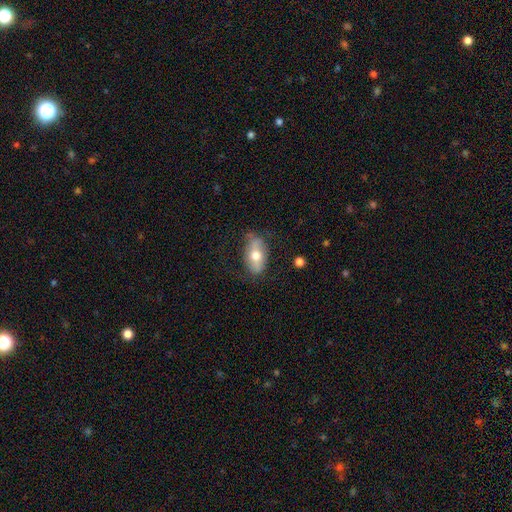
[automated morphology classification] A smooth galaxy with no disk features (58%) that is in between round and cigar-shaped (88%).

Vote fractions:
- Smooth or featured? smooth: 58% / featured or disk: 35% / star or artifact: 7%
- How rounded? in between: 88% / round: 7% / cigar-shaped: 5%
- Merging? none: 66% / minor disturbance: 24% / major disturbance: 9% / merger: 2%